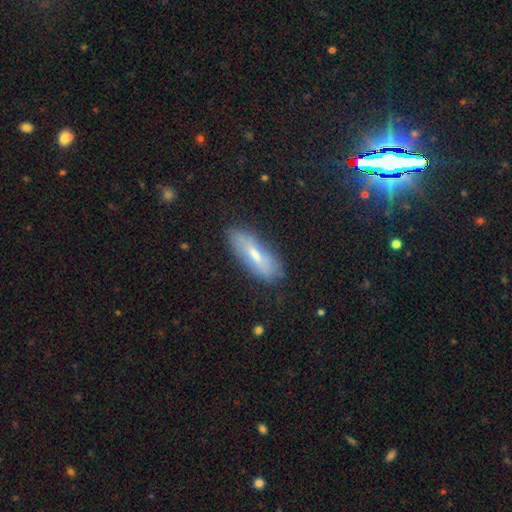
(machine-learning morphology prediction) Smooth or featured? Predicted: smooth (p=0.63). How rounded? Predicted: in between (p=0.61). Merging? Predicted: none (p=0.79).